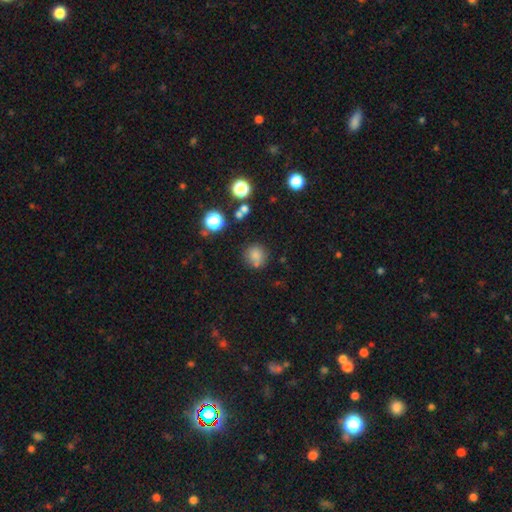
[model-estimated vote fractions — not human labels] The model was most divided on "merging": none: 71%, minor disturbance: 13%, merger: 12%, major disturbance: 4%. More confident: how rounded — round (89%); smooth or featured — smooth (75%).